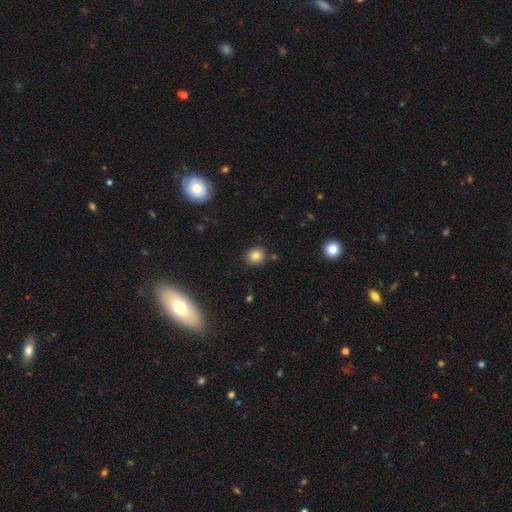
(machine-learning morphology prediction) A smooth galaxy with no disk features (83%) that is round (83%).

Vote fractions:
- Smooth or featured? smooth: 83% / star or artifact: 12% / featured or disk: 5%
- How rounded? round: 83% / in between: 16% / cigar-shaped: 1%
- Merging? none: 86% / minor disturbance: 9% / merger: 3% / major disturbance: 2%